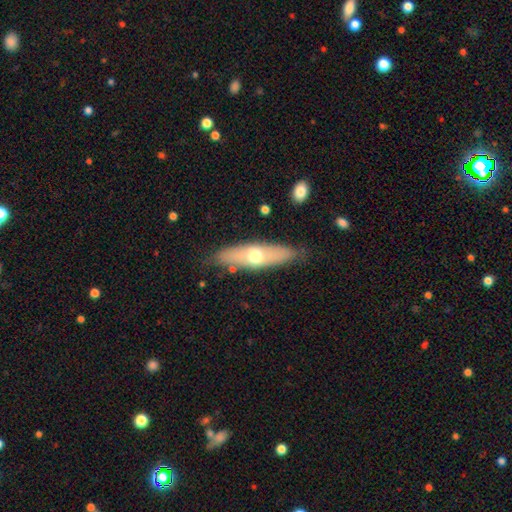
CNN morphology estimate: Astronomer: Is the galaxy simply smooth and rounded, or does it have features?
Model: smooth — 49% (runner-up: featured or disk, 45%).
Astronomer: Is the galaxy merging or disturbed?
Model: none — 82%.